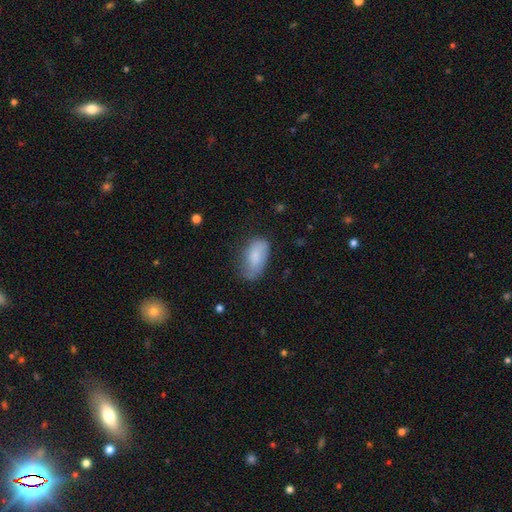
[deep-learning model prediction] Smooth or featured: smooth — 79% (featured or disk — 14%)
How rounded: in between — 93% (round — 4%)
Merging: none — 55% (minor disturbance — 32%)